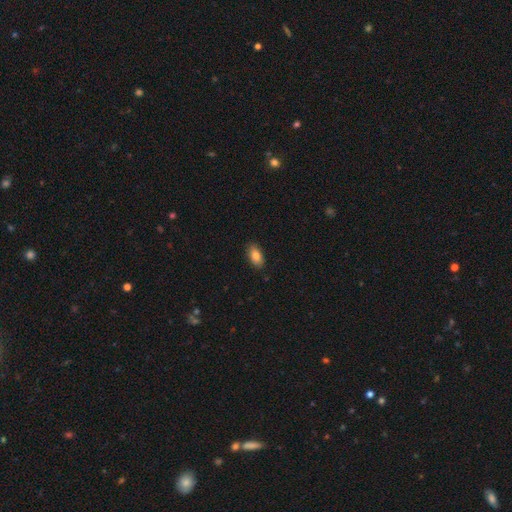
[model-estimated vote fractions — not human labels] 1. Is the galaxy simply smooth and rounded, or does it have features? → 85% smooth, 8% featured or disk, 7% star or artifact.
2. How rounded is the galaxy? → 92% in between, 5% round, 3% cigar-shaped.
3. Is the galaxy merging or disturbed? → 88% none, 9% minor disturbance, 2% major disturbance, 1% merger.